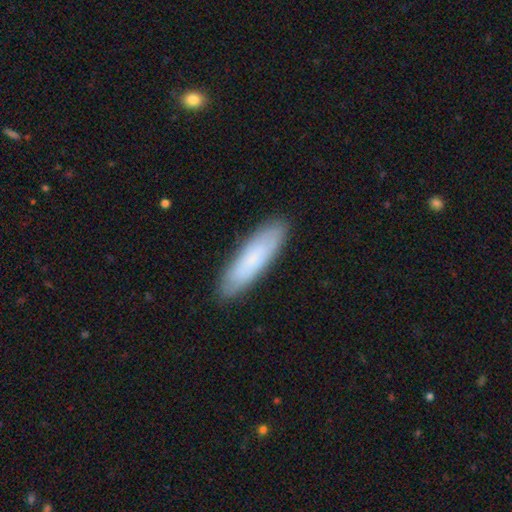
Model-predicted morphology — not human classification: smooth_or_featured: smooth (p=0.76) [alt: featured or disk p=0.17]
how_rounded: cigar-shaped (p=0.65) [alt: in between p=0.33]
merging: none (p=0.89) [alt: minor disturbance p=0.09]